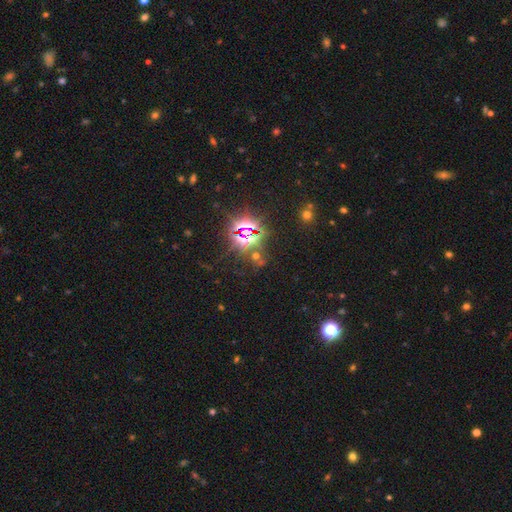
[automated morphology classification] A star or artifact, not a galaxy (80%).

Vote fractions:
- Smooth or featured? star or artifact: 80% / smooth: 12% / featured or disk: 8%